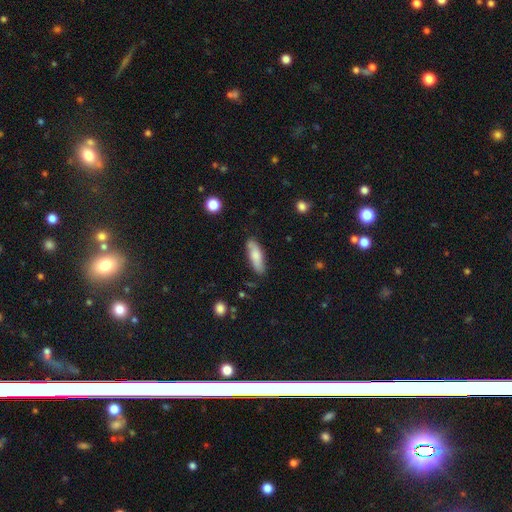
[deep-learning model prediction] smooth 75%, featured or disk 19%, star or artifact 6%. Down the decision tree: how rounded — in between (51%); merging — none (81%).